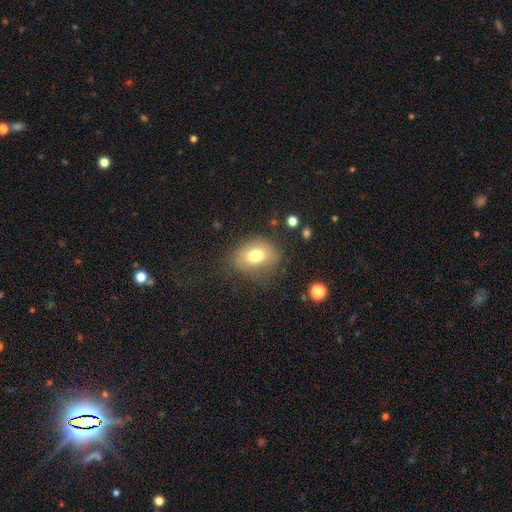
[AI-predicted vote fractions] smooth_or_featured: smooth (p=0.74) [alt: featured or disk p=0.15]
how_rounded: in between (p=0.63) [alt: round p=0.36]
merging: none (p=0.67) [alt: minor disturbance p=0.21]